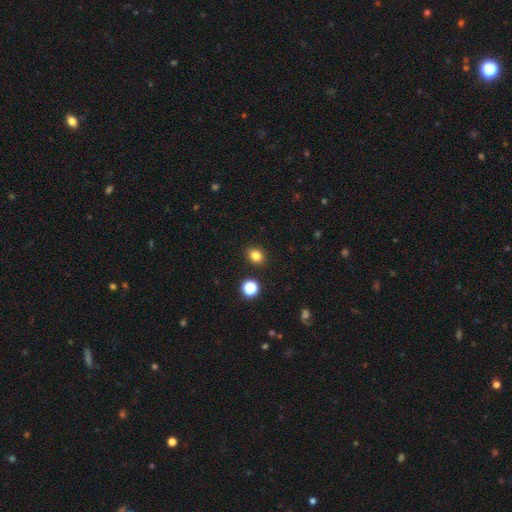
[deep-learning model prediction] A smooth galaxy with no disk features (81%) that is round (60%).

Vote fractions:
- Smooth or featured? smooth: 81% / star or artifact: 14% / featured or disk: 5%
- How rounded? round: 60% / in between: 39% / cigar-shaped: 1%
- Merging? none: 89% / minor disturbance: 7% / merger: 2% / major disturbance: 2%